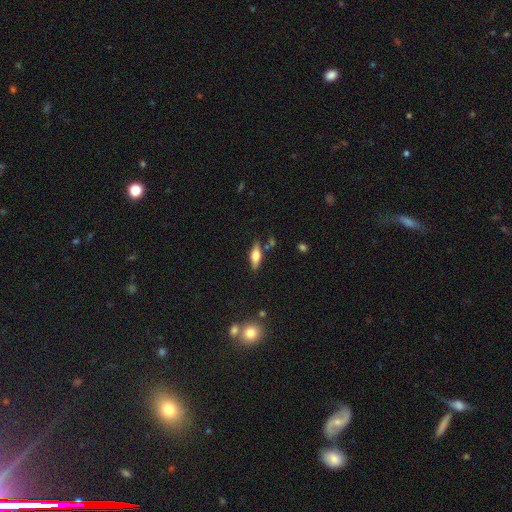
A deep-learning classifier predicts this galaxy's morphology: smooth 53%, featured or disk 39%, star or artifact 8%. Down the decision tree: how rounded — in between (62%); merging — none (81%).